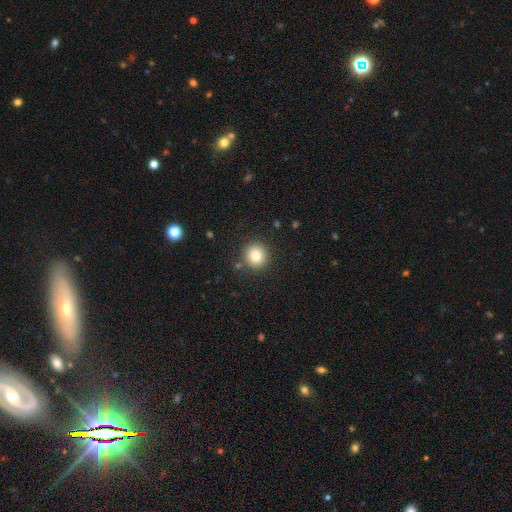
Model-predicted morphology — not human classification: A smooth galaxy with no disk features (80%) that is round (93%).

Vote fractions:
- Smooth or featured? smooth: 80% / star or artifact: 12% / featured or disk: 8%
- How rounded? round: 93% / in between: 6% / cigar-shaped: 1%
- Merging? none: 88% / minor disturbance: 7% / merger: 2% / major disturbance: 2%